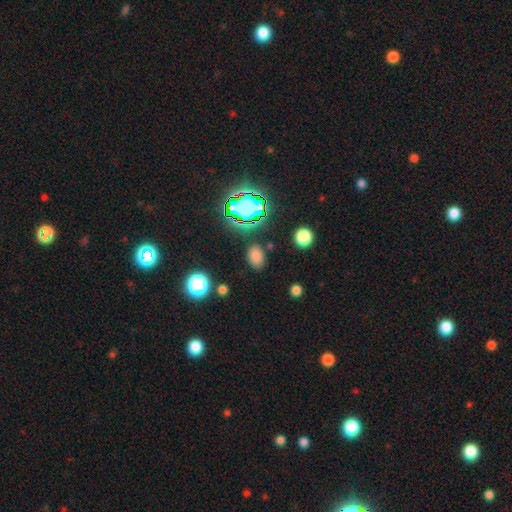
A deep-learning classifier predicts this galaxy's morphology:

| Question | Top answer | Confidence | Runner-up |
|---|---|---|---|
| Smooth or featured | smooth | 73% | star or artifact (21%) |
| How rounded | in between | 82% | round (17%) |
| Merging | none | 82% | minor disturbance (11%) |